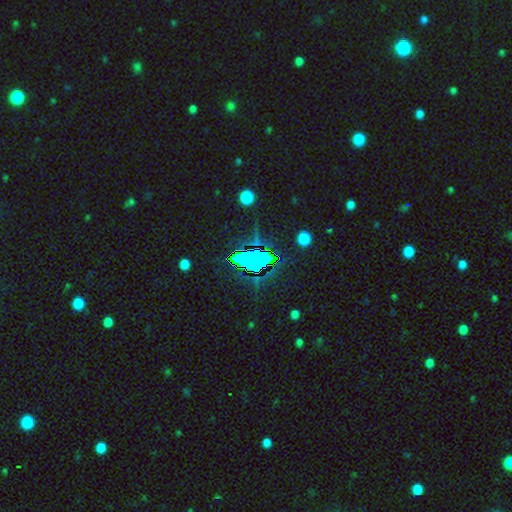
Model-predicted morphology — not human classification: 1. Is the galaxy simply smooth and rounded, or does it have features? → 68% star or artifact, 21% smooth, 11% featured or disk.